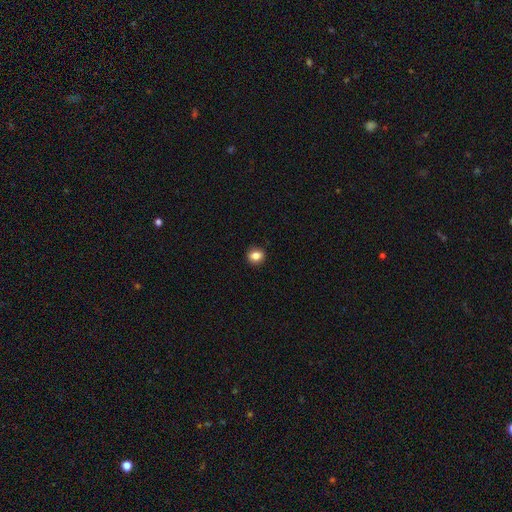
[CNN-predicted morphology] A smooth galaxy with no disk features (85%) that is round (66%). Merging: none (90%).